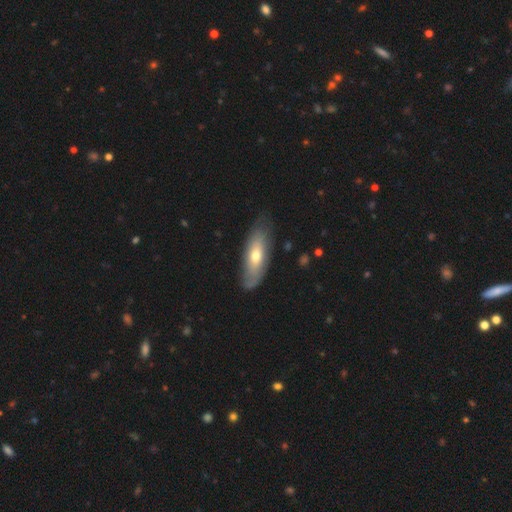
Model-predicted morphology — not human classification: Smooth or featured?
  - smooth: 54% *
  - featured or disk: 40%
  - star or artifact: 6%
How rounded?
  - in between: 60% *
  - cigar-shaped: 37%
  - round: 2%
Merging?
  - none: 74% *
  - minor disturbance: 20%
  - major disturbance: 5%
  - merger: 2%